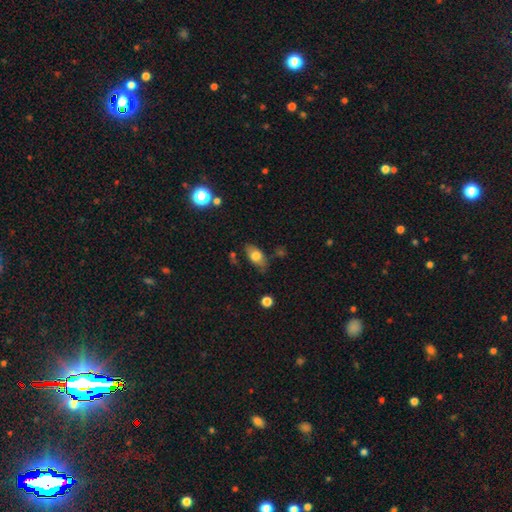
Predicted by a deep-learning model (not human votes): smooth_or_featured: smooth (p=0.74) [alt: featured or disk p=0.18]
how_rounded: in between (p=0.88) [alt: round p=0.07]
merging: none (p=0.72) [alt: minor disturbance p=0.20]